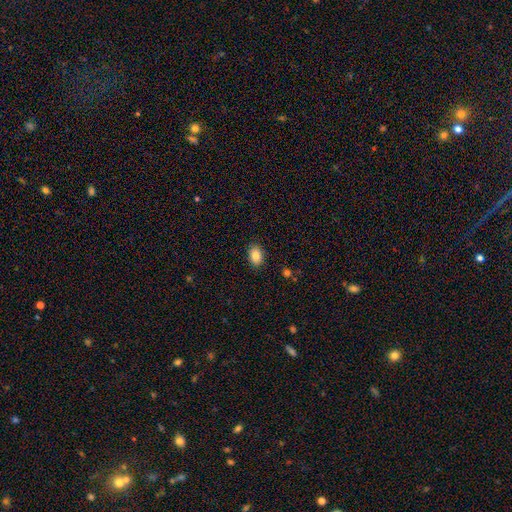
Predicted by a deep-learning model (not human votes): Overall: smooth (87%). How rounded: in between (86%). Merging: none (88%).